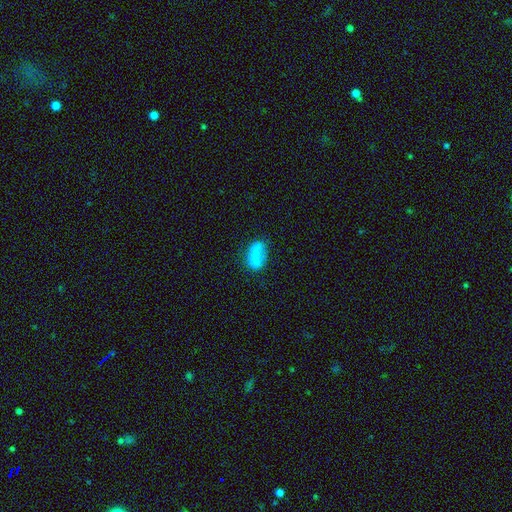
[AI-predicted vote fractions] Morphology: type=smooth (69%); roundness=in between (84%); merging=none (40%).